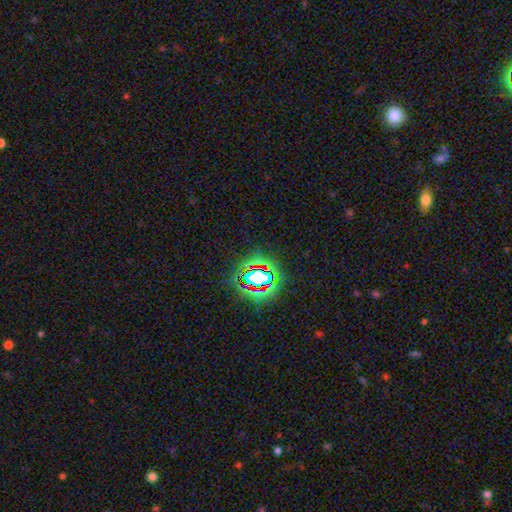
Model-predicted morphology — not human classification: Smooth or featured: star or artifact — 79% (smooth — 12%)